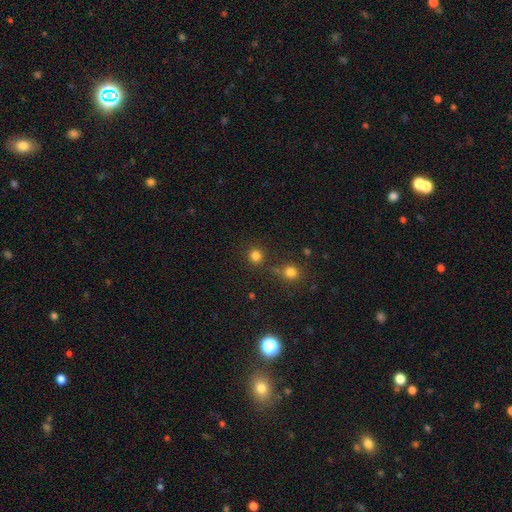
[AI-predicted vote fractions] Q: Smooth or featured?
A: smooth (81%); runner-up: star or artifact (15%)
Q: How rounded?
A: round (89%); runner-up: in between (10%)
Q: Merging?
A: none (78%); runner-up: merger (10%)